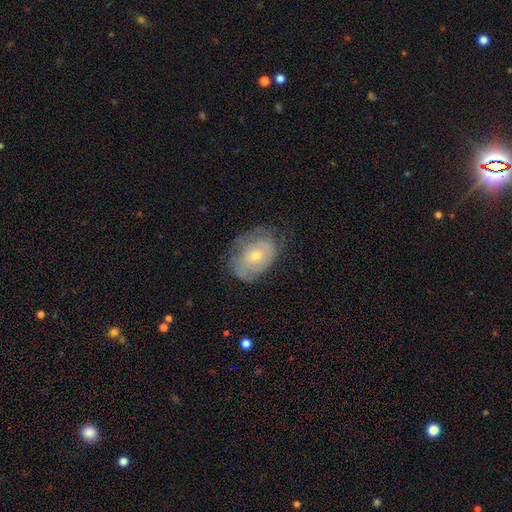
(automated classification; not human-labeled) smooth-or-featured: featured or disk: 52% | smooth: 40% | star or artifact: 8%
  disk-edge-on: no: 95% | yes: 5%
  merging: none: 60% | minor disturbance: 27% | major disturbance: 12% | merger: 1%